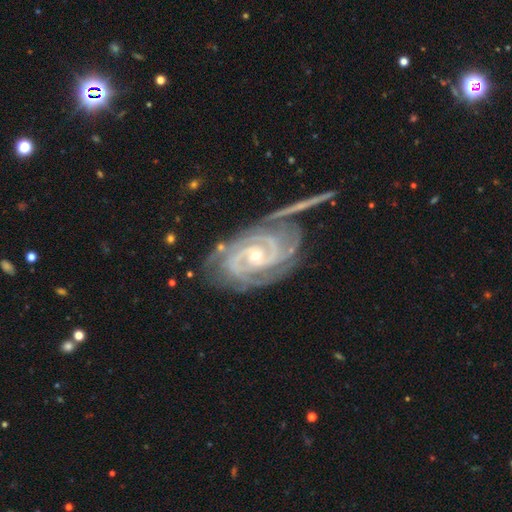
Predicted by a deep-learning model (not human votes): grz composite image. It shows a featured or disk galaxy (93%) with no bar (58%), 2 (58%) tight (72%) spiral arms (99%) and a small central bulge (67%). Merging: none (55%).